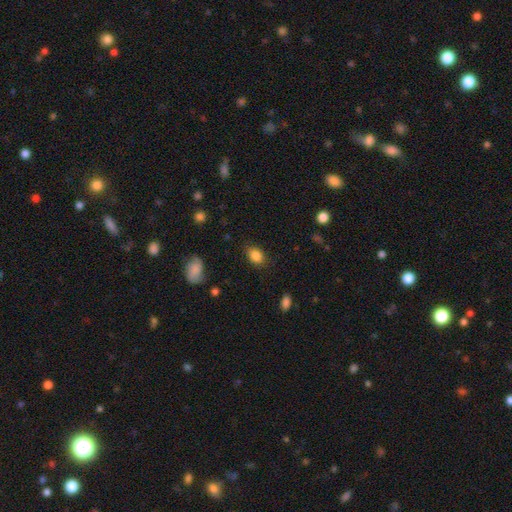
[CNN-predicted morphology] smooth 85%, star or artifact 9%, featured or disk 6%. Down the decision tree: how rounded — in between (73%); merging — none (81%).